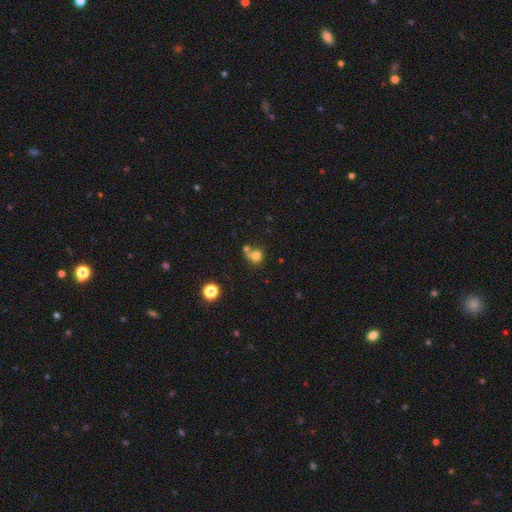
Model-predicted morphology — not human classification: A smooth galaxy with no disk features (75%) that is round (83%).

Vote fractions:
- Smooth or featured? smooth: 75% / star or artifact: 14% / featured or disk: 11%
- How rounded? round: 83% / in between: 16% / cigar-shaped: 1%
- Merging? none: 47% / merger: 38% / minor disturbance: 10% / major disturbance: 5%